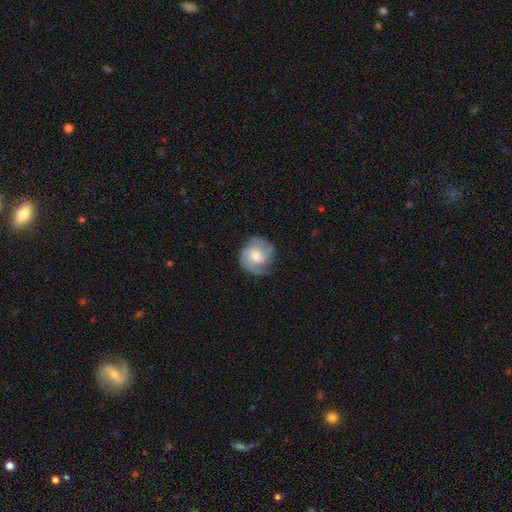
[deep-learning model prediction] Morphology: type=featured or disk (63%); edge-on=no (97%); bar=no (57%); spiral arms=yes (89%); winding=medium (42%); arm count=2 (53%); bulge=moderate (60%); merging=none (68%).